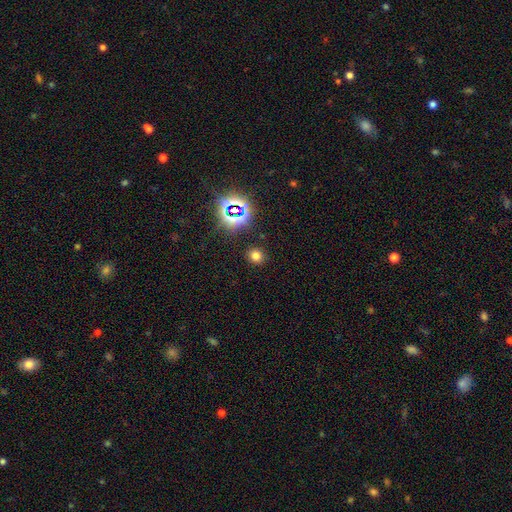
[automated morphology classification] This appears to be a smooth galaxy with no disk features (70%) that is round (79%). Merging: none (88%).